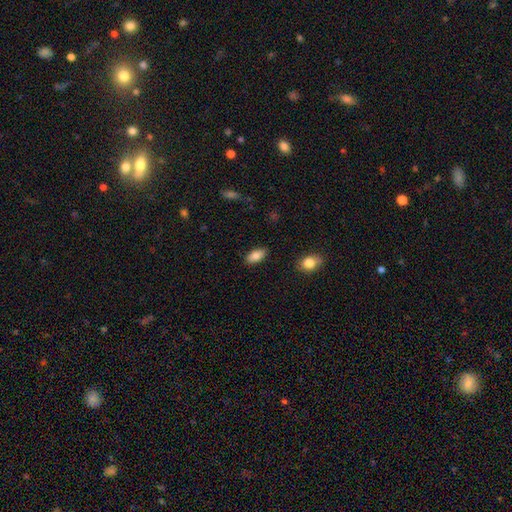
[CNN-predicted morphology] smooth 83%, featured or disk 10%, star or artifact 7%. Down the decision tree: how rounded — in between (92%); merging — none (87%).